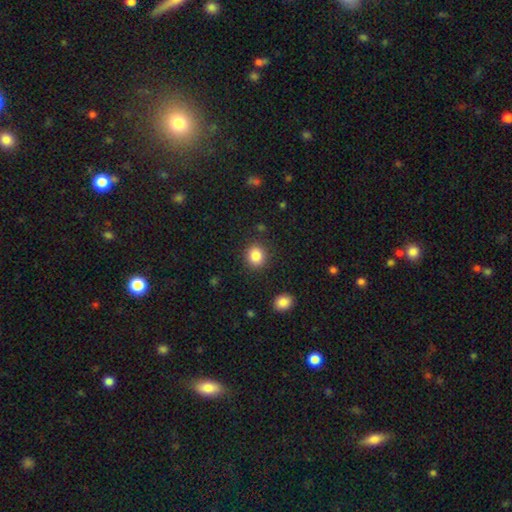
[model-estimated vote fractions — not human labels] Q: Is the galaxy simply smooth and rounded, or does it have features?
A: smooth — 86%.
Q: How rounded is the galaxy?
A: round — 82%.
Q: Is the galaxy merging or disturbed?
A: none — 88%.